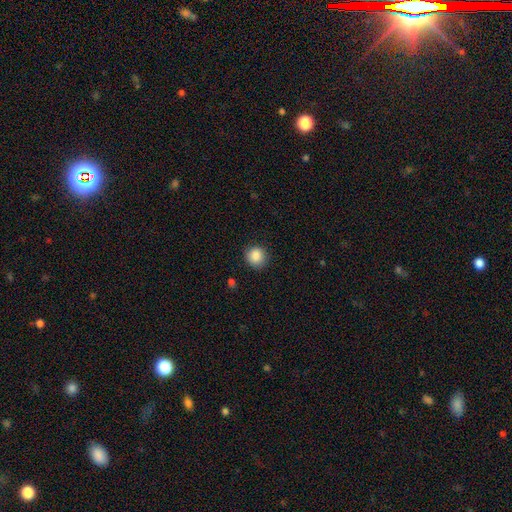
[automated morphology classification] smooth-or-featured: smooth: 87% | star or artifact: 9% | featured or disk: 4%
  how-rounded: round: 90% | in between: 9% | cigar-shaped: 1%
  merging: none: 87% | minor disturbance: 9% | major disturbance: 3% | merger: 1%